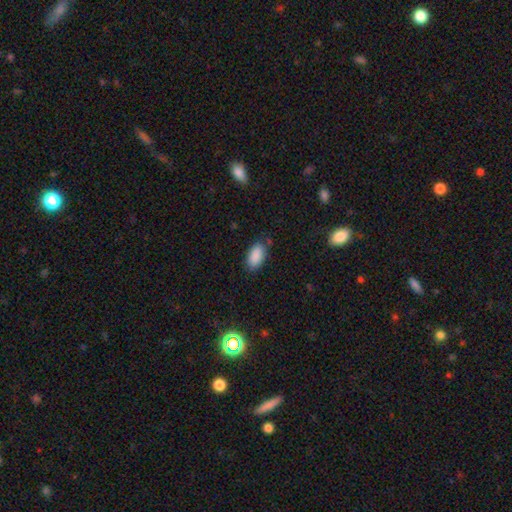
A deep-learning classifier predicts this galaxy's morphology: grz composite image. It shows a smooth galaxy with no disk features (89%) that is in between round and cigar-shaped (94%). Merging: none (79%).